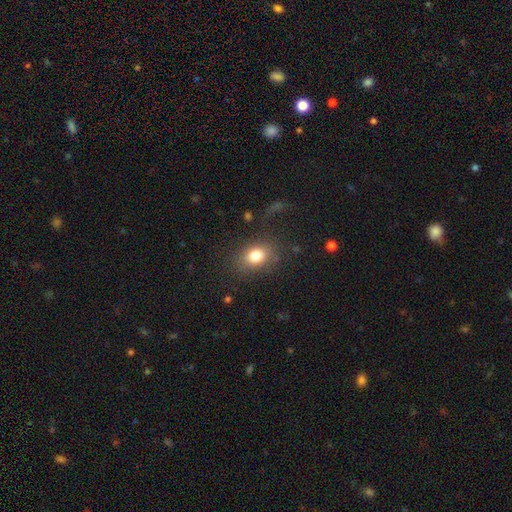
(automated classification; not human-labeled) smooth_or_featured: smooth (p=0.80) [alt: featured or disk p=0.10]
how_rounded: in between (p=0.68) [alt: round p=0.30]
merging: none (p=0.76) [alt: minor disturbance p=0.13]